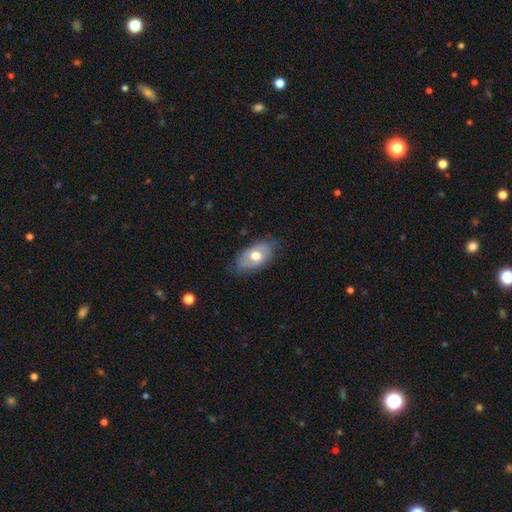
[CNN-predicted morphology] This appears to be a smooth galaxy with no disk features (61%) that is in between round and cigar-shaped (91%). Merging: none (73%).